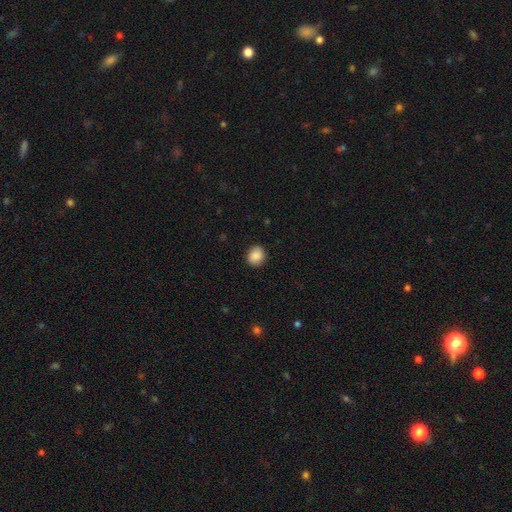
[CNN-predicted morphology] type=smooth (88%); roundness=round (73%); merging=none (87%).